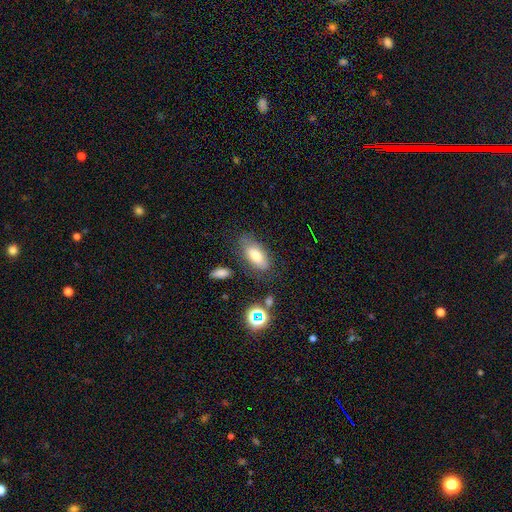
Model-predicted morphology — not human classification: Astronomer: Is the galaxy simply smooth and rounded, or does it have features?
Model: smooth — 72%.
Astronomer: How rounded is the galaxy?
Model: in between — 87%.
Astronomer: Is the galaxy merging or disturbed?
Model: none — 69%.